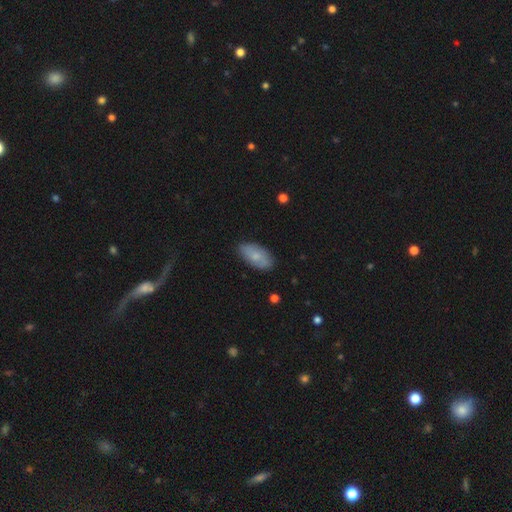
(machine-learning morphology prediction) smooth_or_featured: smooth (p=0.71) [alt: featured or disk p=0.23]
how_rounded: in between (p=0.93) [alt: cigar-shaped p=0.05]
merging: none (p=0.80) [alt: minor disturbance p=0.16]